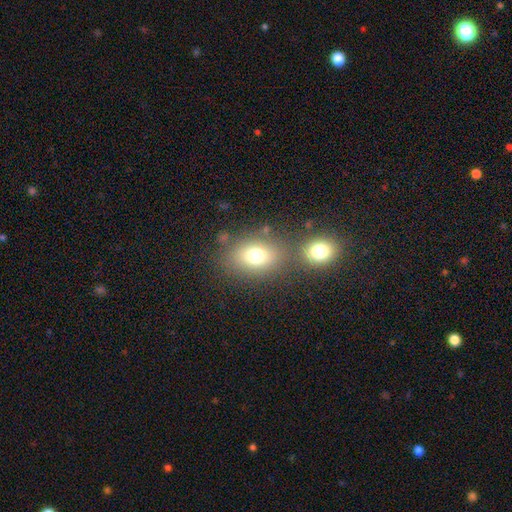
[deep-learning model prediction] smooth 75%, featured or disk 13%, star or artifact 12%. Down the decision tree: how rounded — in between (65%); merging — none (64%).